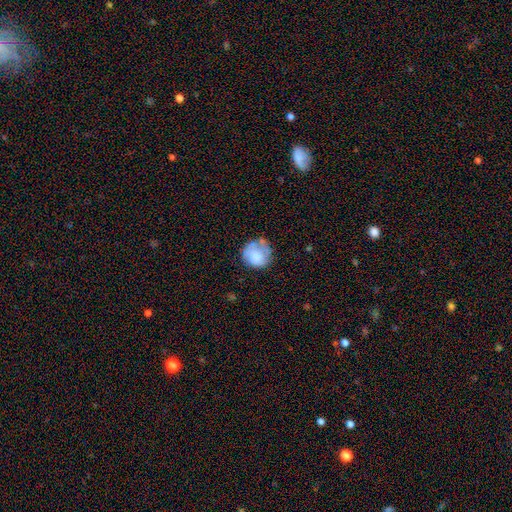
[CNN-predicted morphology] type=smooth (66%); roundness=round (85%); merging=none (56%).